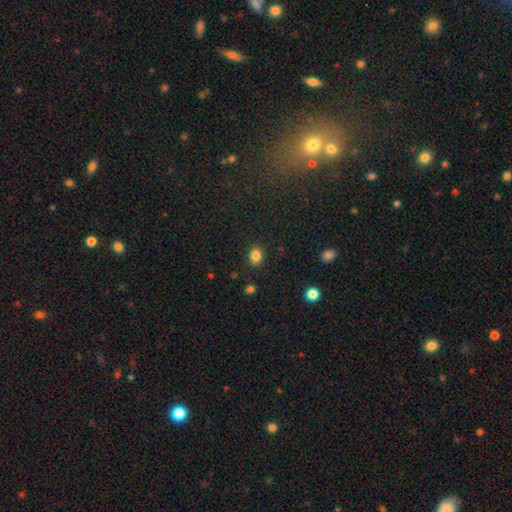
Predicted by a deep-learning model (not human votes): Smooth or featured? Predicted: smooth (p=0.84). How rounded? Predicted: in between (p=0.52). Merging? Predicted: none (p=0.87).